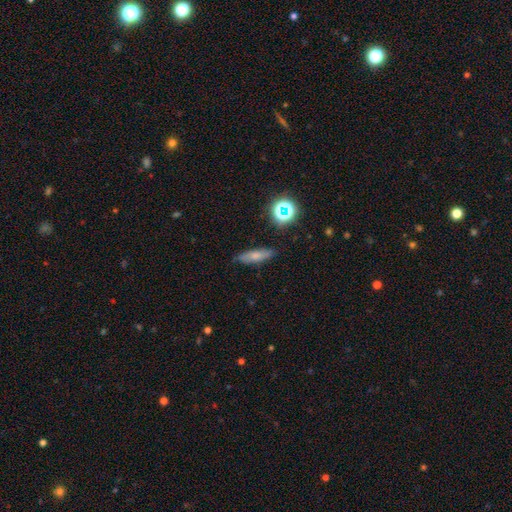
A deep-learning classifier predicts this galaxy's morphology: Smooth or featured: smooth — 66% (featured or disk — 21%)
How rounded: cigar-shaped — 60% (in between — 35%)
Merging: none — 80% (minor disturbance — 15%)